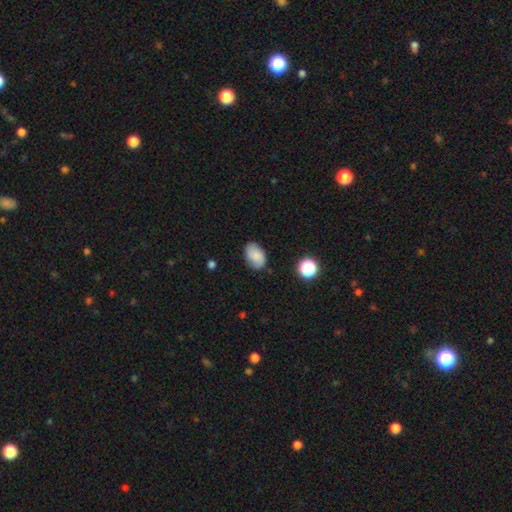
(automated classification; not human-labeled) smooth-or-featured: smooth: 80% | featured or disk: 10% | star or artifact: 10%
  how-rounded: in between: 88% | round: 11% | cigar-shaped: 1%
  merging: none: 78% | minor disturbance: 17% | major disturbance: 3% | merger: 2%